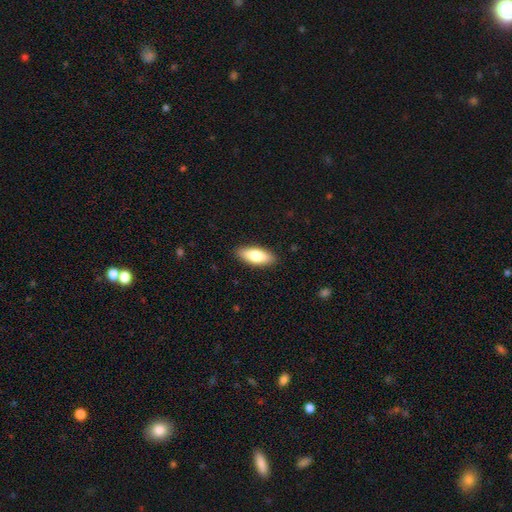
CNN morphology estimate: Smooth or featured?
  - smooth: 78% *
  - featured or disk: 16%
  - star or artifact: 6%
How rounded?
  - in between: 76% *
  - cigar-shaped: 21%
  - round: 2%
Merging?
  - none: 89% *
  - minor disturbance: 8%
  - major disturbance: 2%
  - merger: 1%